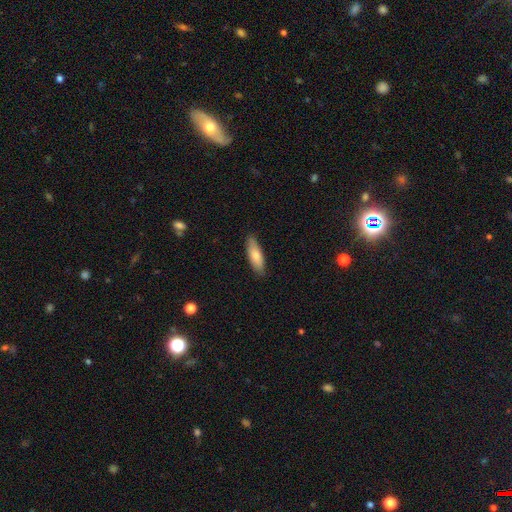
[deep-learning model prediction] smooth_or_featured: smooth (p=0.76) [alt: featured or disk p=0.18]
how_rounded: in between (p=0.55) [alt: cigar-shaped p=0.43]
merging: none (p=0.86) [alt: minor disturbance p=0.11]